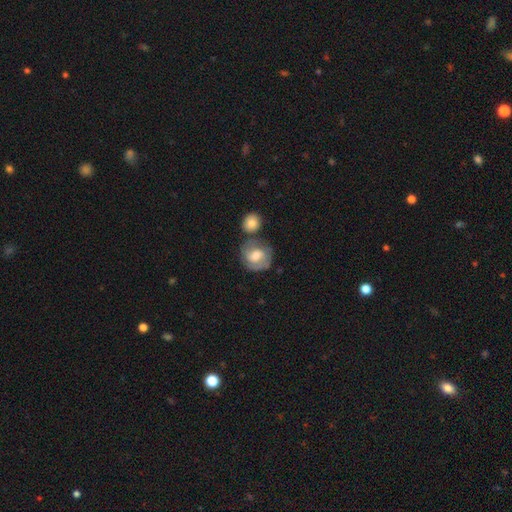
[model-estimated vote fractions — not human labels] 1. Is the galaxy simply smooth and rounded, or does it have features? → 60% featured or disk, 33% smooth, 6% star or artifact.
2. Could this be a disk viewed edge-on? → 97% no, 3% yes.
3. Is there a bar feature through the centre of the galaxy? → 48% weak, 40% no, 12% strong.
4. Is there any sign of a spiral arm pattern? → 82% yes, 18% no.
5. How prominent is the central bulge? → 63% moderate, 18% large, 14% small, 3% none, 2% dominant.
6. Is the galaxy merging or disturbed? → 58% none, 18% minor disturbance, 17% merger, 8% major disturbance.